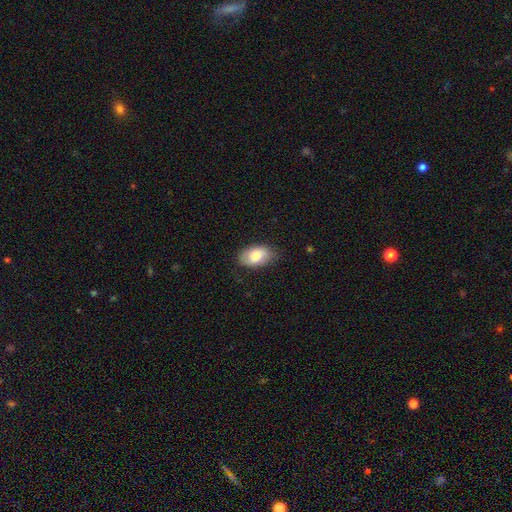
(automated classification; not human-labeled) Smooth or featured?
  - smooth: 76% *
  - featured or disk: 18%
  - star or artifact: 6%
How rounded?
  - in between: 92% *
  - round: 7%
  - cigar-shaped: 1%
Merging?
  - none: 78% *
  - minor disturbance: 18%
  - major disturbance: 4%
  - merger: 1%